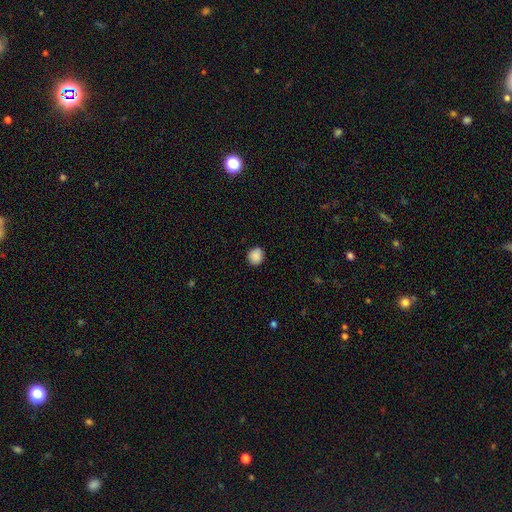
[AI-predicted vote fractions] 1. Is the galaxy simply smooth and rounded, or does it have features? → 88% smooth, 9% star or artifact, 3% featured or disk.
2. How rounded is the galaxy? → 84% round, 15% in between, 1% cigar-shaped.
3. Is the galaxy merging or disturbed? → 87% none, 10% minor disturbance, 2% major disturbance, 1% merger.